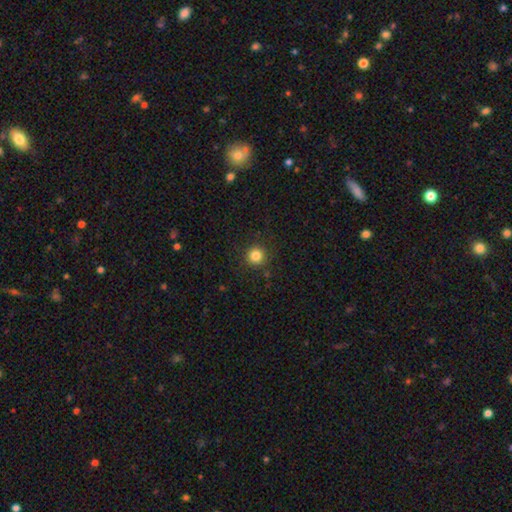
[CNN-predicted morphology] A smooth galaxy with no disk features (83%) that is round (95%).

Vote fractions:
- Smooth or featured? smooth: 83% / star or artifact: 12% / featured or disk: 5%
- How rounded? round: 95% / in between: 4% / cigar-shaped: 1%
- Merging? none: 90% / minor disturbance: 6% / major disturbance: 2% / merger: 1%